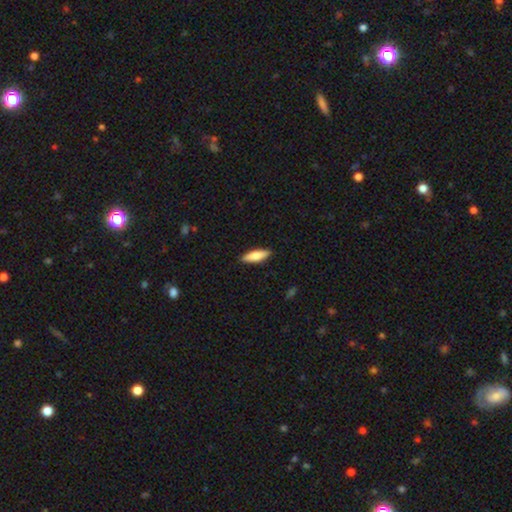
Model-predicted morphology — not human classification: A smooth galaxy with no disk features (77%) that is cigar-shaped (50%).

Vote fractions:
- Smooth or featured? smooth: 77% / featured or disk: 18% / star or artifact: 5%
- How rounded? cigar-shaped: 50% / in between: 48% / round: 2%
- Merging? none: 90% / minor disturbance: 7% / major disturbance: 2% / merger: 1%